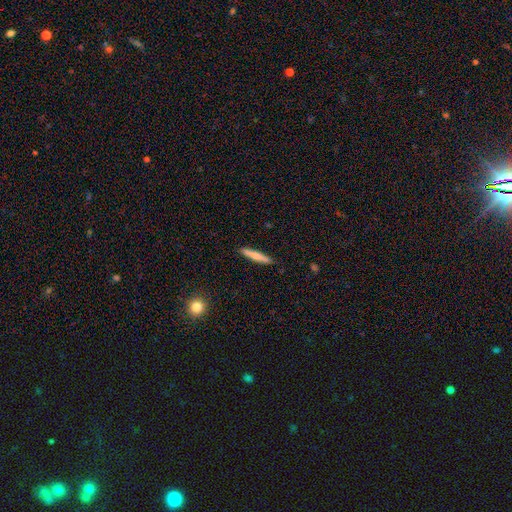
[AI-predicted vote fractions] Overall: smooth (69%). How rounded: cigar-shaped (93%). Merging: none (91%).